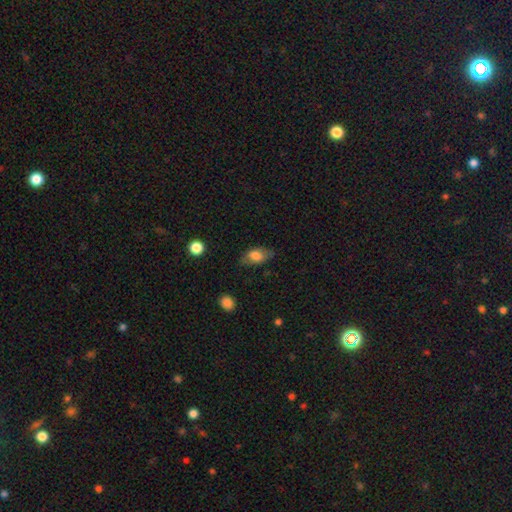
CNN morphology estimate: A smooth galaxy with no disk features (72%) that is in between round and cigar-shaped (88%). Merging: none (69%).